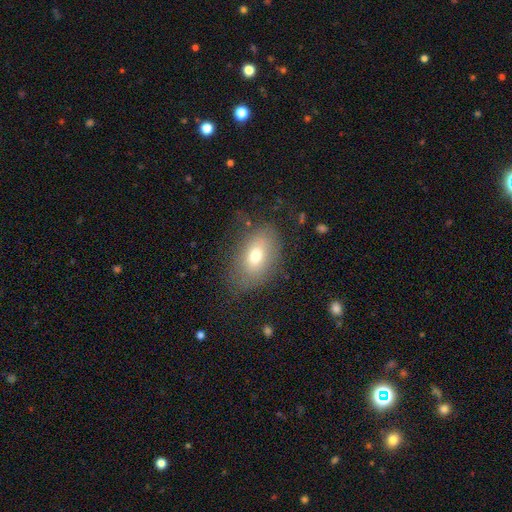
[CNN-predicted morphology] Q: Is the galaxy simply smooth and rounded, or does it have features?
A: smooth — 71%.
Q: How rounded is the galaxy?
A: in between — 85%.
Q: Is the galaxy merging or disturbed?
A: none — 71%.